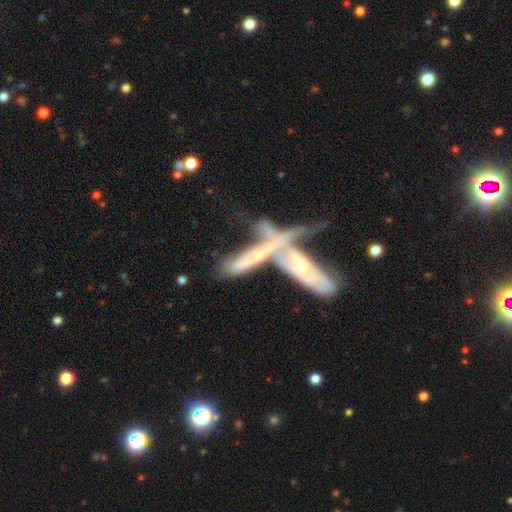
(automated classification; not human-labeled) featured or disk 65%, smooth 26%, star or artifact 9%. Down the decision tree: edge-on disk — no (56%); merging — merger (65%).